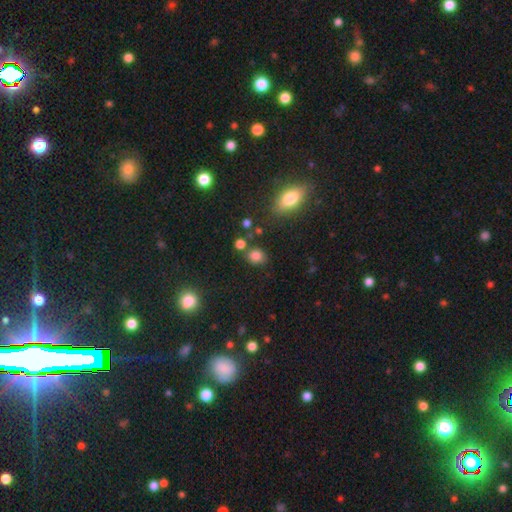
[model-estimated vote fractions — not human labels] Q: Smooth or featured?
A: smooth (79%); runner-up: star or artifact (15%)
Q: How rounded?
A: round (67%); runner-up: in between (32%)
Q: Merging?
A: none (74%); runner-up: minor disturbance (13%)